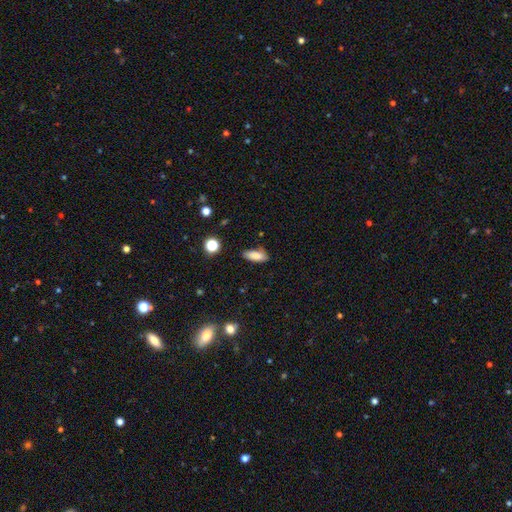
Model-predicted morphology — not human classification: Q: Smooth or featured?
A: smooth (84%); runner-up: star or artifact (9%)
Q: How rounded?
A: in between (77%); runner-up: cigar-shaped (19%)
Q: Merging?
A: none (77%); runner-up: minor disturbance (17%)